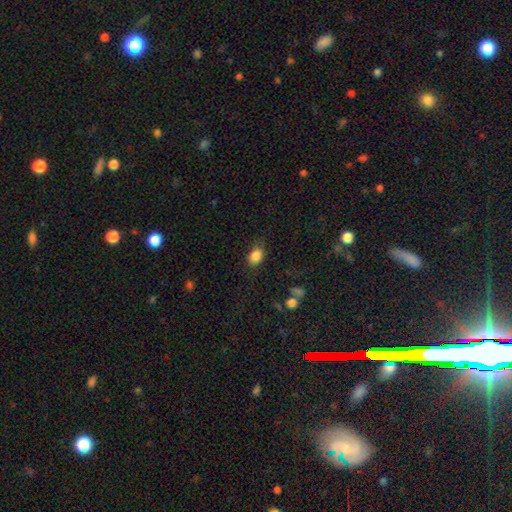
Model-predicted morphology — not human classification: type=smooth (86%); roundness=in between (72%); merging=none (73%).